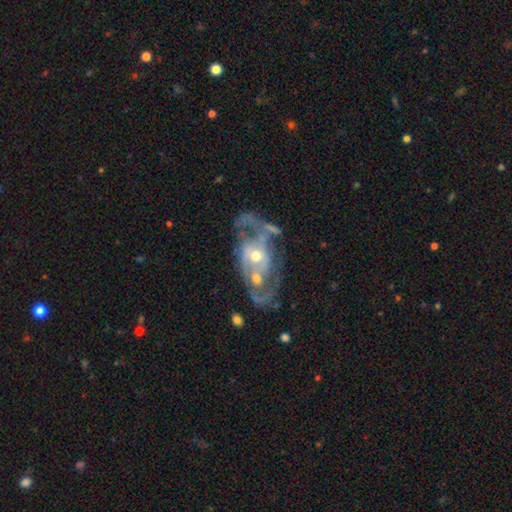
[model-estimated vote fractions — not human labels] Overall: featured or disk (85%). Edge-on disk: no (95%). Bar: no (64%). Spiral arms: yes (82%). Spiral arm count: 2 (67%). Spiral winding: medium (45%; tight 30%). Bulge size: moderate (60%; small 35%). Merging: none (46%; major disturbance 22%).